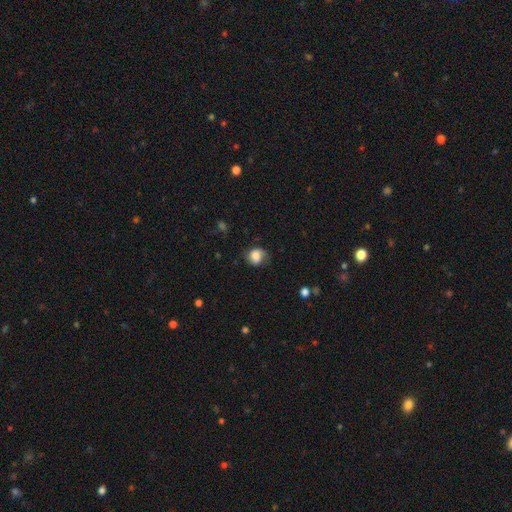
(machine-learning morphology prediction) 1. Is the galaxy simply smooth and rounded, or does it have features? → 78% smooth, 13% featured or disk, 9% star or artifact.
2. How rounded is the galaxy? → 65% round, 34% in between, 1% cigar-shaped.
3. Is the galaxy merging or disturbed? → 62% none, 27% minor disturbance, 9% major disturbance, 1% merger.